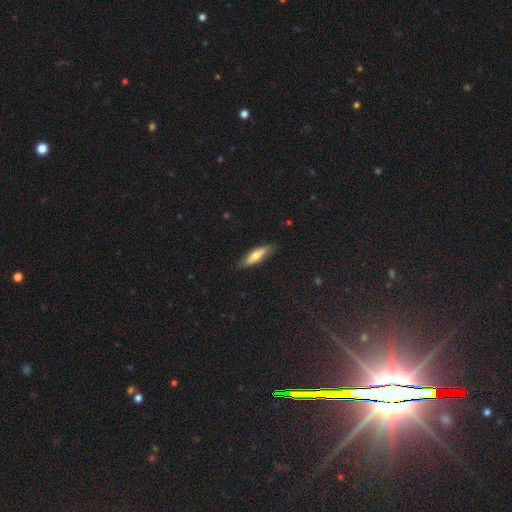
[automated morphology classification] smooth_or_featured: smooth (p=0.60) [alt: featured or disk p=0.34]
how_rounded: cigar-shaped (p=0.61) [alt: in between p=0.36]
merging: none (p=0.80) [alt: minor disturbance p=0.15]